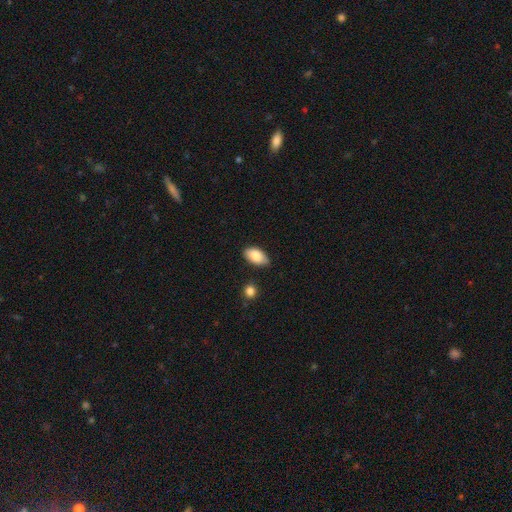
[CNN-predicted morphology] This appears to be a smooth galaxy with no disk features (85%) that is in between round and cigar-shaped (94%). Merging: none (77%).